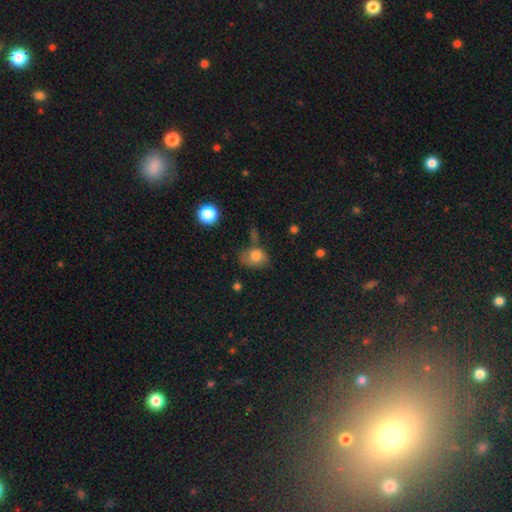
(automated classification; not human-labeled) Smooth or featured?
  - smooth: 79% *
  - featured or disk: 12%
  - star or artifact: 10%
How rounded?
  - in between: 63% *
  - round: 35%
  - cigar-shaped: 1%
Merging?
  - none: 51% *
  - minor disturbance: 28%
  - major disturbance: 11%
  - merger: 10%